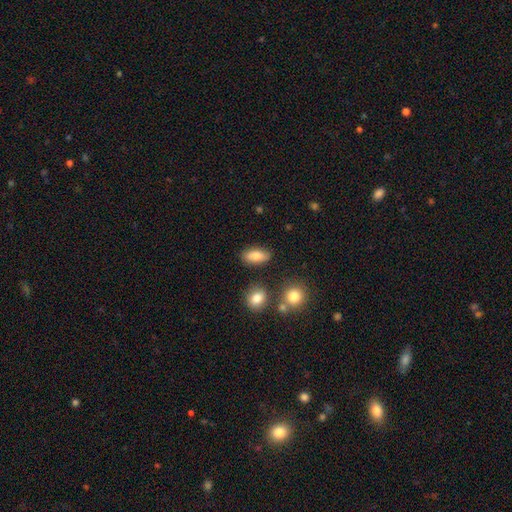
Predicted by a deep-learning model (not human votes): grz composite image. It shows a smooth galaxy with no disk features (80%) that is in between round and cigar-shaped (82%). Merging: none (82%).